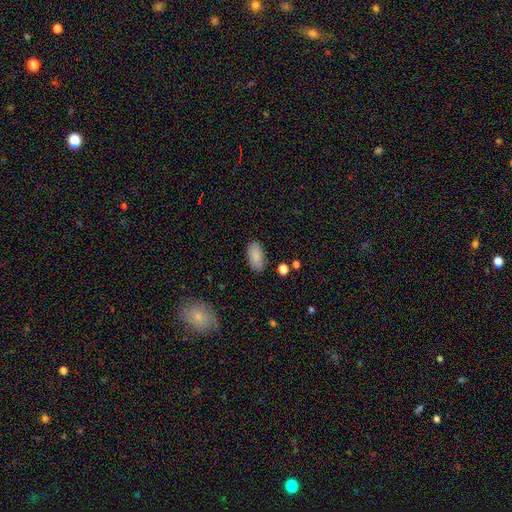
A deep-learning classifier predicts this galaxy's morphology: A smooth galaxy with no disk features (87%) that is in between round and cigar-shaped (94%).

Vote fractions:
- Smooth or featured? smooth: 87% / star or artifact: 7% / featured or disk: 6%
- How rounded? in between: 94% / round: 3% / cigar-shaped: 3%
- Merging? none: 84% / minor disturbance: 12% / major disturbance: 3% / merger: 2%